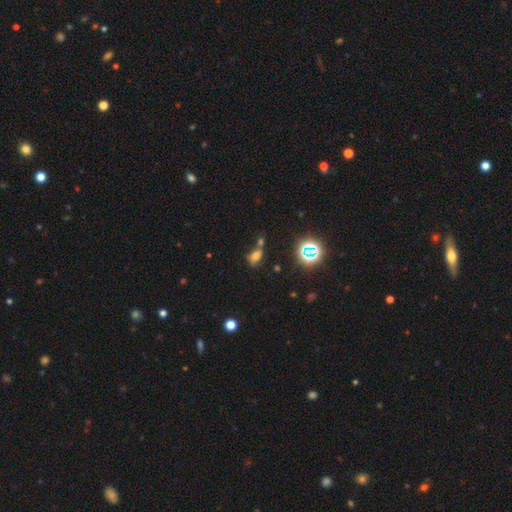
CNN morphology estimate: Q: Smooth or featured?
A: smooth (56%); runner-up: star or artifact (29%)
Q: How rounded?
A: in between (77%); runner-up: round (17%)
Q: Merging?
A: none (40%); runner-up: merger (32%)